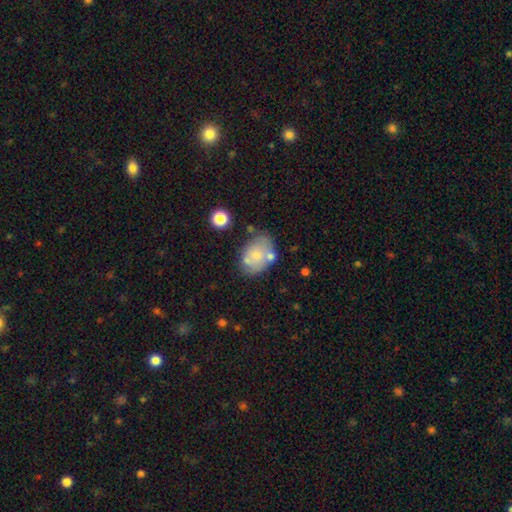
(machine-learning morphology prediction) smooth-or-featured: smooth: 61% | featured or disk: 31% | star or artifact: 8%
  how-rounded: in between: 78% | round: 21% | cigar-shaped: 1%
  merging: none: 53% | minor disturbance: 23% | merger: 15% | major disturbance: 9%